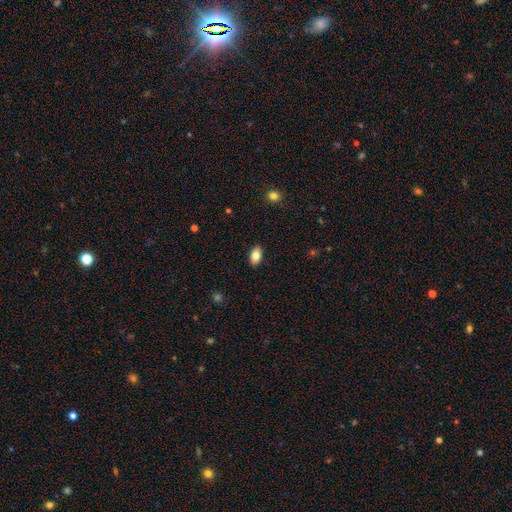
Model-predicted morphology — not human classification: Q: Smooth or featured?
A: smooth (82%); runner-up: featured or disk (10%)
Q: How rounded?
A: in between (91%); runner-up: round (7%)
Q: Merging?
A: none (89%); runner-up: minor disturbance (9%)